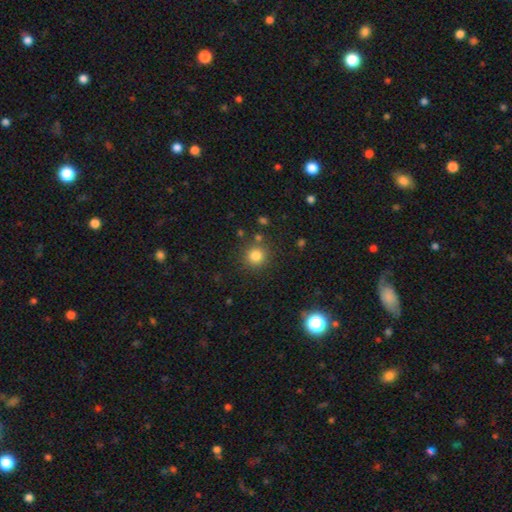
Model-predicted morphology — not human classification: A smooth galaxy with no disk features (82%) that is round (93%).

Vote fractions:
- Smooth or featured? smooth: 82% / star or artifact: 13% / featured or disk: 6%
- How rounded? round: 93% / in between: 6% / cigar-shaped: 1%
- Merging? none: 85% / minor disturbance: 7% / merger: 4% / major disturbance: 3%